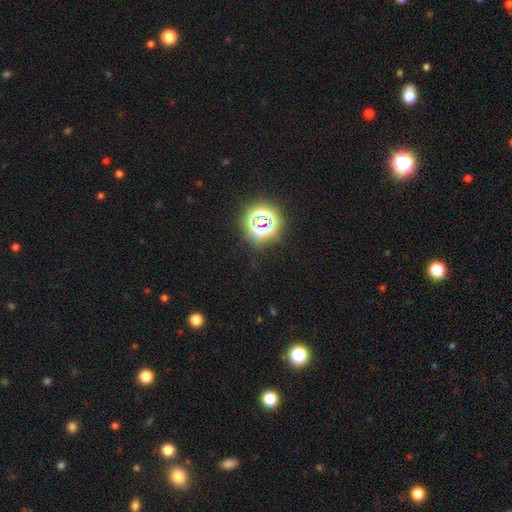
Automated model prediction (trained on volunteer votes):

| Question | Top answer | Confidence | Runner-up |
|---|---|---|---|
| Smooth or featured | star or artifact | 77% | smooth (16%) |